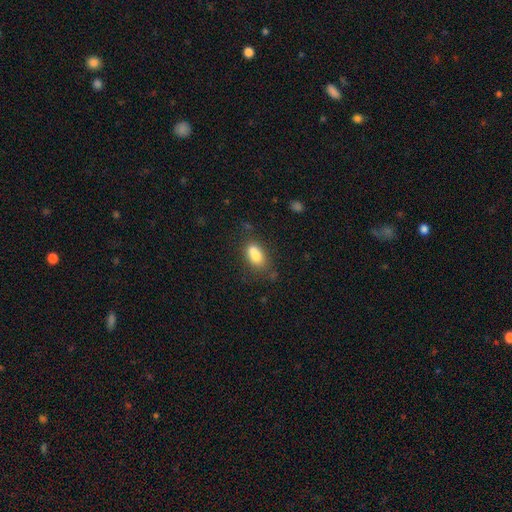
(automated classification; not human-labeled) Smooth or featured: smooth — 77% (featured or disk — 14%)
How rounded: in between — 84% (round — 9%)
Merging: none — 48% (merger — 26%)